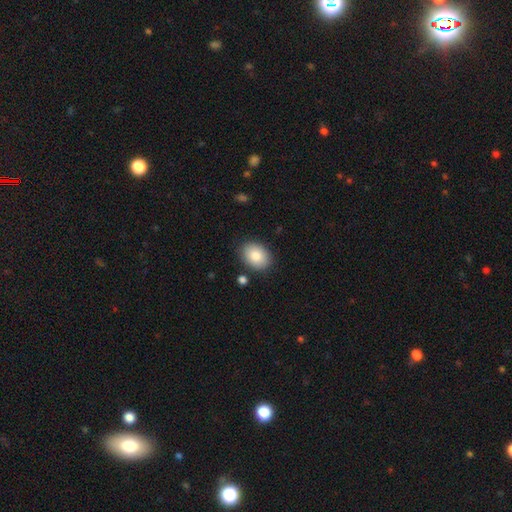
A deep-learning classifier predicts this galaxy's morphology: Smooth or featured? Predicted: smooth (p=0.83). How rounded? Predicted: in between (p=0.72). Merging? Predicted: none (p=0.86).